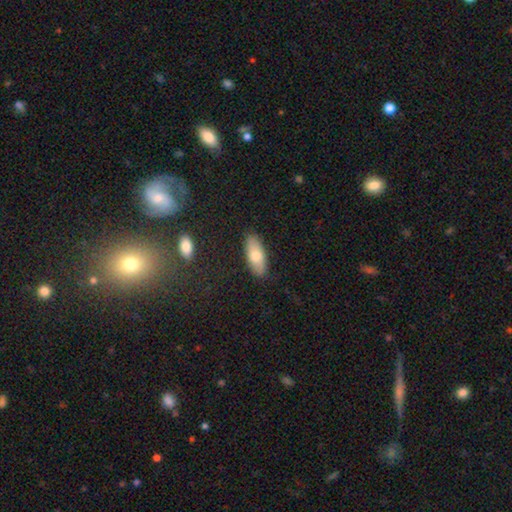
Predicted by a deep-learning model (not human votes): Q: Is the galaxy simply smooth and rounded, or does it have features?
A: smooth — 73%.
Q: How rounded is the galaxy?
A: in between — 79%.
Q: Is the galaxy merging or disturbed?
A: none — 87%.